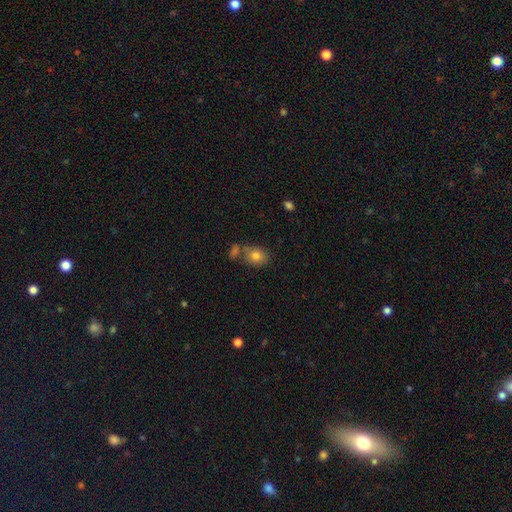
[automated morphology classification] Smooth or featured? Predicted: smooth (p=0.81). How rounded? Predicted: in between (p=0.51). Merging? Predicted: none (p=0.60).